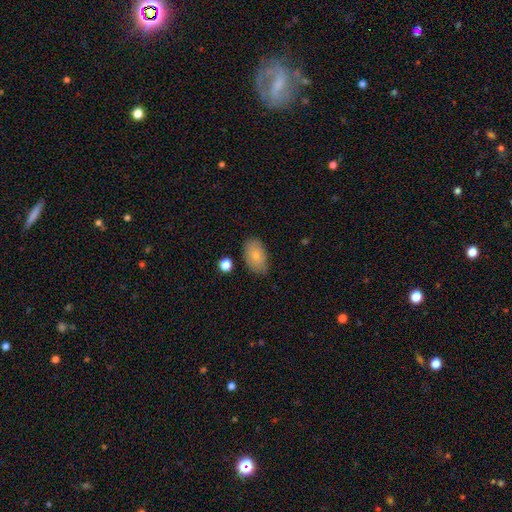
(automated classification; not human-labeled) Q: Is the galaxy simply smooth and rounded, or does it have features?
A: smooth — 79%.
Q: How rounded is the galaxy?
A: in between — 91%.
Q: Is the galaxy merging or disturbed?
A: none — 74%.